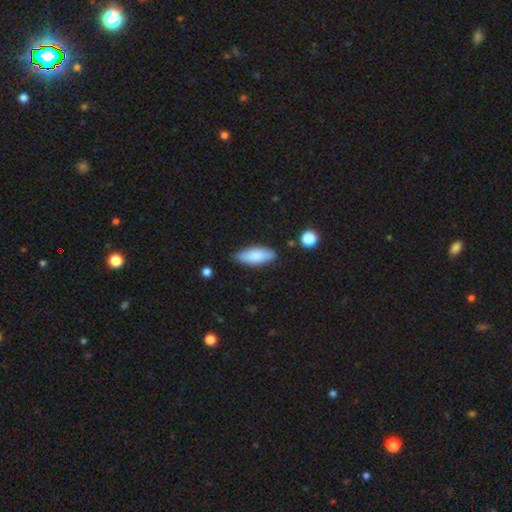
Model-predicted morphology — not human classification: This appears to be a smooth galaxy with no disk features (84%) that is in between round and cigar-shaped (74%). Merging: none (82%).